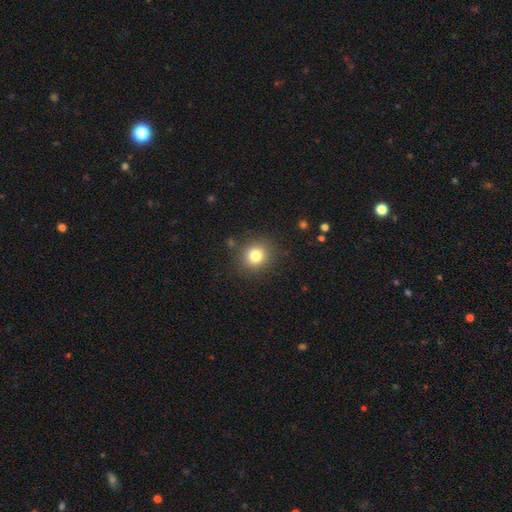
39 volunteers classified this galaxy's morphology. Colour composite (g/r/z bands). It shows a smooth galaxy with no disk features (87%) that is round (94%). Merging: none (89%).